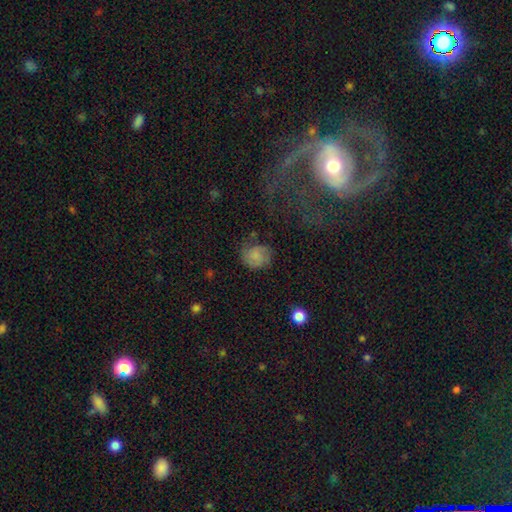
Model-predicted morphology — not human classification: Smooth or featured?
  - smooth: 71% *
  - featured or disk: 19%
  - star or artifact: 10%
How rounded?
  - round: 75% *
  - in between: 24%
  - cigar-shaped: 1%
Merging?
  - none: 55% *
  - minor disturbance: 28%
  - major disturbance: 14%
  - merger: 3%